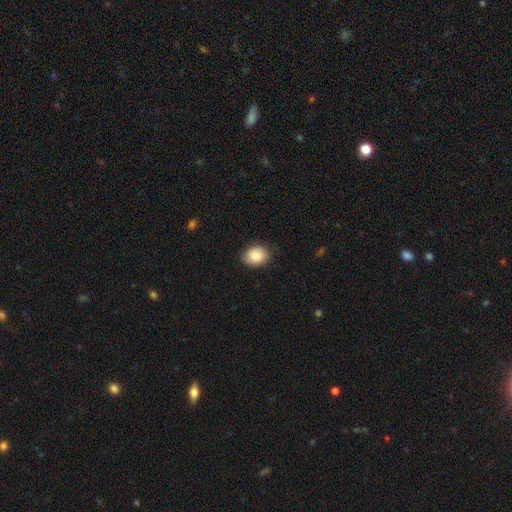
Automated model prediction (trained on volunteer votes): Smooth or featured: smooth — 86% (featured or disk — 7%)
How rounded: in between — 62% (round — 37%)
Merging: none — 84% (minor disturbance — 13%)